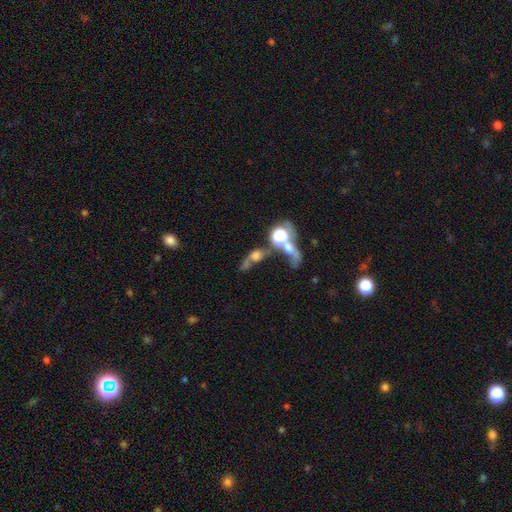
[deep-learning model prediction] smooth 40%, featured or disk 37%, star or artifact 23%. Down the decision tree: merging — merger (43%).